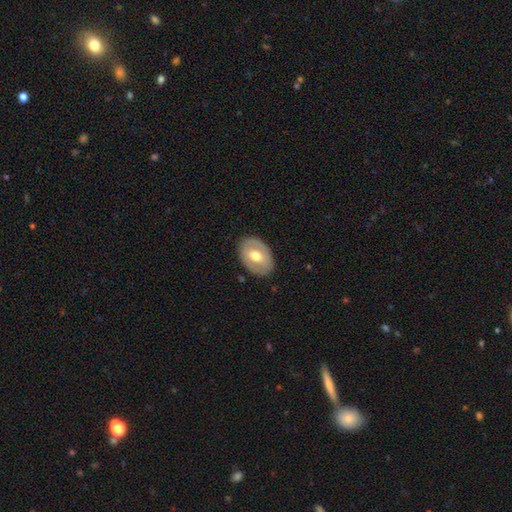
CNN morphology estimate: smooth 50%, featured or disk 44%, star or artifact 6%. Down the decision tree: how rounded — in between (77%); merging — none (85%).